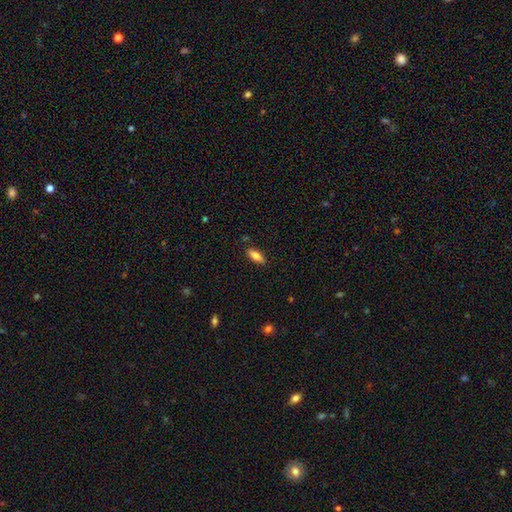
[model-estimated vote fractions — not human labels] This appears to be a smooth galaxy with no disk features (78%) that is in between round and cigar-shaped (77%). Merging: none (84%).